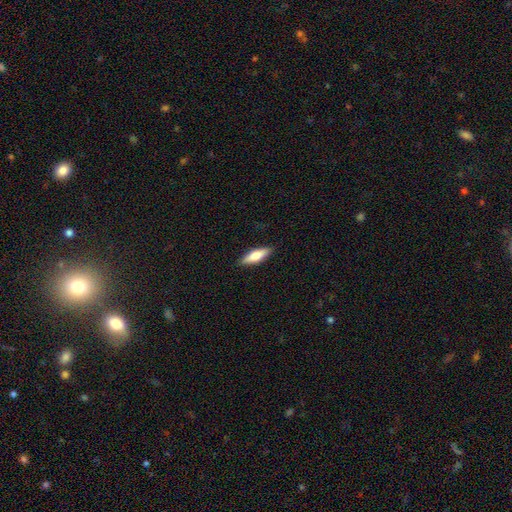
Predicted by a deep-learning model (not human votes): Smooth or featured? smooth (67%)
How rounded? cigar-shaped (53%)
Merging? none (89%)